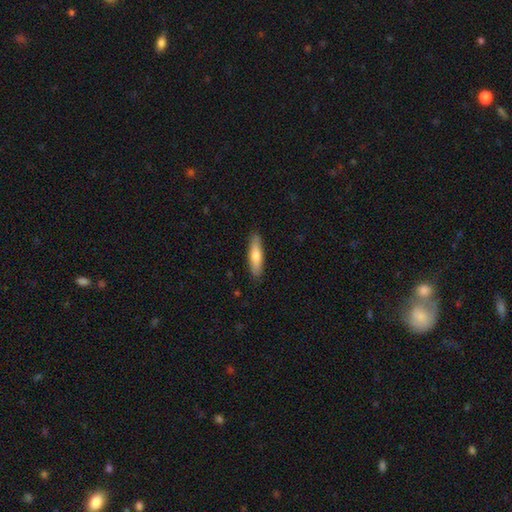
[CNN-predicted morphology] Smooth or featured? smooth (70%)
How rounded? cigar-shaped (73%)
Merging? none (88%)